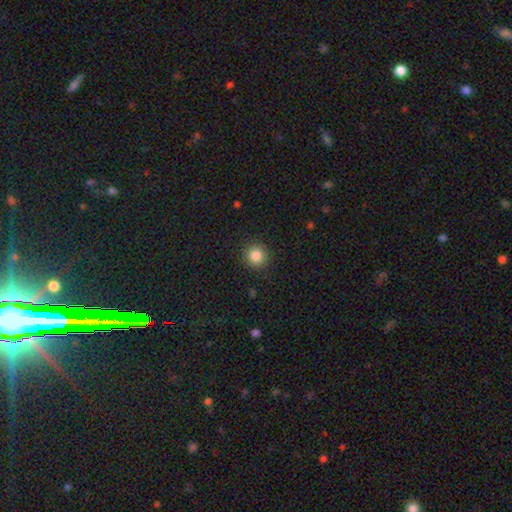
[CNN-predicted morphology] smooth 84%, star or artifact 11%, featured or disk 5%. Down the decision tree: how rounded — round (92%); merging — none (91%).